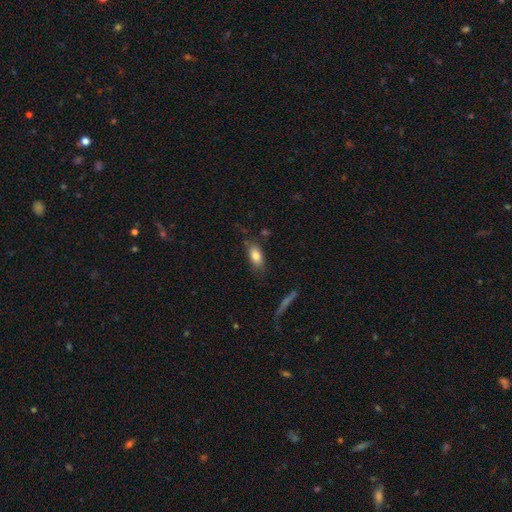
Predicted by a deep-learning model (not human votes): This is likely a smooth galaxy (80%). How rounded: clearly in between (85%). Merging: likely none (74%).